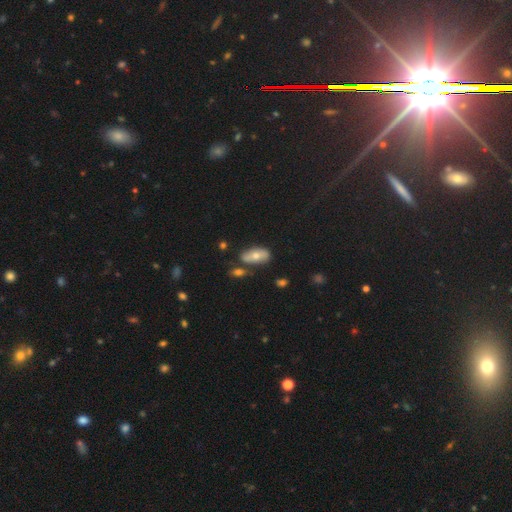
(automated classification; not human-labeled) This is likely a smooth galaxy (61%). How rounded: clearly in between (87%). Merging: likely none (67%).